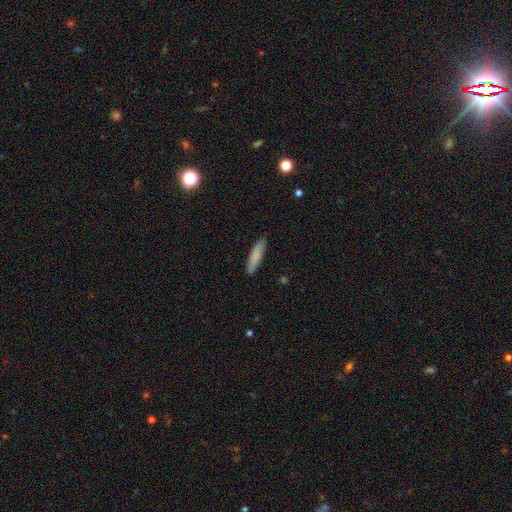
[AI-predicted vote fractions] Smooth or featured?
  - smooth: 83% *
  - featured or disk: 11%
  - star or artifact: 6%
How rounded?
  - cigar-shaped: 82% *
  - in between: 17%
  - round: 1%
Merging?
  - none: 89% *
  - minor disturbance: 9%
  - major disturbance: 2%
  - merger: 1%